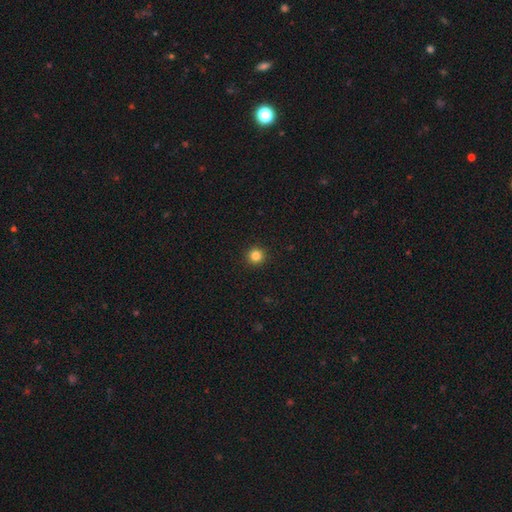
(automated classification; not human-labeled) Smooth or featured? Predicted: smooth (p=0.84). How rounded? Predicted: round (p=0.96). Merging? Predicted: none (p=0.94).